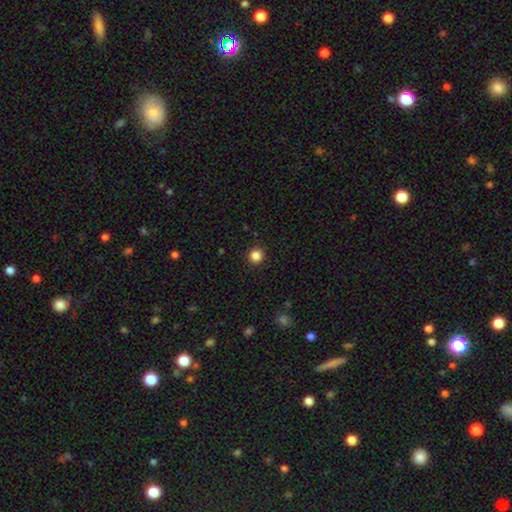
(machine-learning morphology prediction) Overall: smooth (85%). How rounded: round (95%). Merging: none (92%).